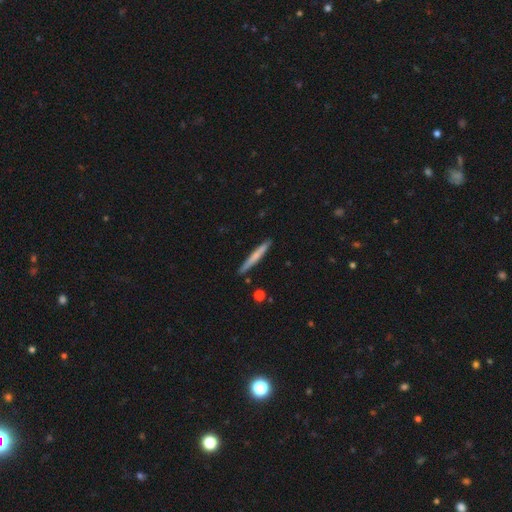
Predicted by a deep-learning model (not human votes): smooth-or-featured: smooth: 60% | featured or disk: 34% | star or artifact: 5%
  how-rounded: cigar-shaped: 96% | in between: 2% | round: 1%
  merging: none: 89% | minor disturbance: 8% | merger: 2% | major disturbance: 1%